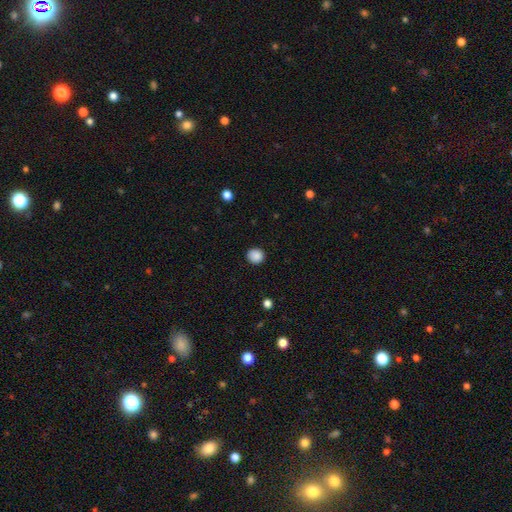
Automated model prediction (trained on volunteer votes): smooth 88%, star or artifact 9%, featured or disk 3%. Down the decision tree: how rounded — round (88%); merging — none (90%).